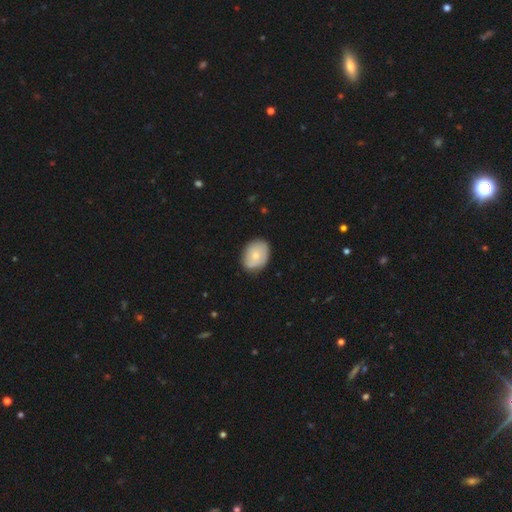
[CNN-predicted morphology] A smooth galaxy with no disk features (61%) that is in between round and cigar-shaped (65%). Merging: none (75%).